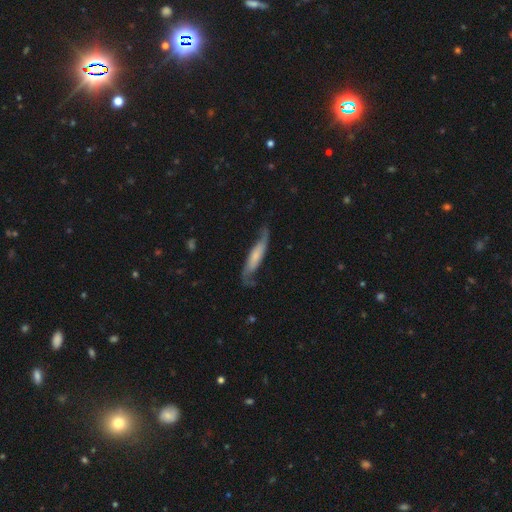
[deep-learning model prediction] featured or disk 69%, smooth 25%, star or artifact 6%. Down the decision tree: edge-on disk — no (66%); merging — none (64%).